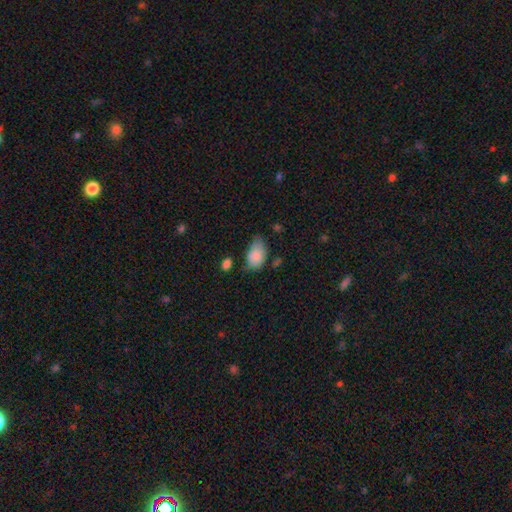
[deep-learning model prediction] smooth-or-featured: smooth: 85% | star or artifact: 7% | featured or disk: 7%
  how-rounded: in between: 89% | round: 9% | cigar-shaped: 1%
  merging: none: 46% | minor disturbance: 39% | major disturbance: 10% | merger: 4%